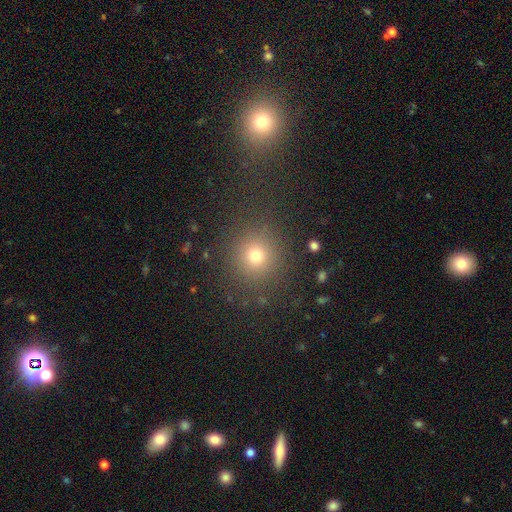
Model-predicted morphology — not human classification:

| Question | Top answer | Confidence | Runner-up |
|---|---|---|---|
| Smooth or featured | smooth | 72% | star or artifact (21%) |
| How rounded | round | 92% | in between (7%) |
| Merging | none | 86% | minor disturbance (7%) |